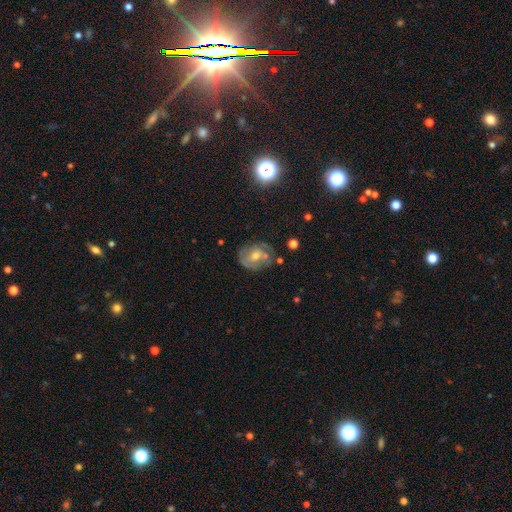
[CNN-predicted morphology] Q: Smooth or featured?
A: featured or disk (66%); runner-up: smooth (21%)
Q: Edge-on disk?
A: no (96%); runner-up: yes (4%)
Q: Bar?
A: no (58%); runner-up: weak (34%)
Q: Spiral arms?
A: yes (76%); runner-up: no (24%)
Q: Bulge size?
A: moderate (58%); runner-up: small (36%)
Q: Merging?
A: none (69%); runner-up: minor disturbance (19%)